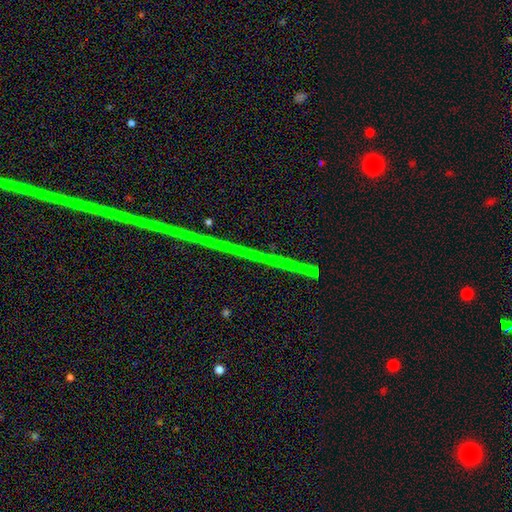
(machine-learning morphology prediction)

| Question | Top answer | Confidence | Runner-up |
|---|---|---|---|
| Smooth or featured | star or artifact | 77% | featured or disk (15%) |